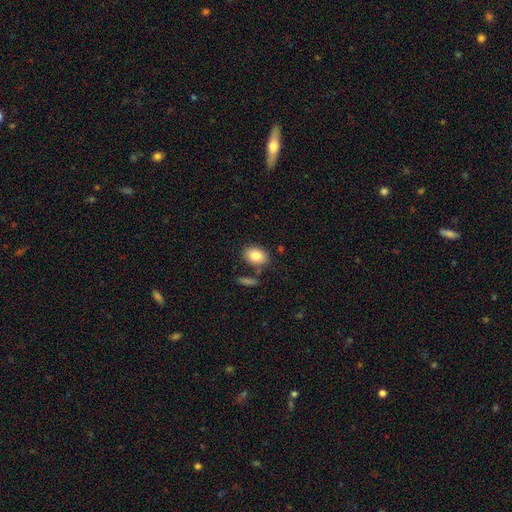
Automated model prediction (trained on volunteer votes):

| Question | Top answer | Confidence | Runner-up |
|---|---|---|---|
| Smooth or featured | smooth | 84% | featured or disk (8%) |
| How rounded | in between | 78% | round (21%) |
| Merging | none | 76% | minor disturbance (13%) |